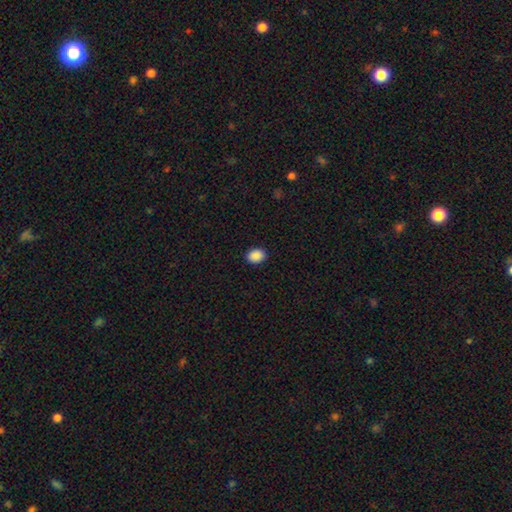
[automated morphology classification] type=smooth (90%); roundness=in between (61%); merging=none (91%).